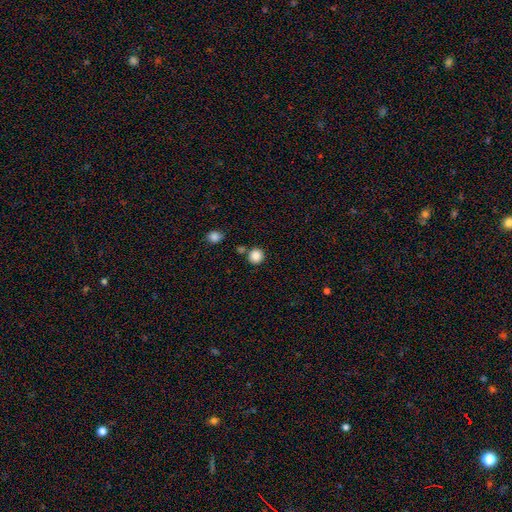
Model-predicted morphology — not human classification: smooth-or-featured: smooth: 86% | star or artifact: 11% | featured or disk: 3%
  how-rounded: round: 93% | in between: 6% | cigar-shaped: 1%
  merging: none: 80% | merger: 9% | minor disturbance: 8% | major disturbance: 3%